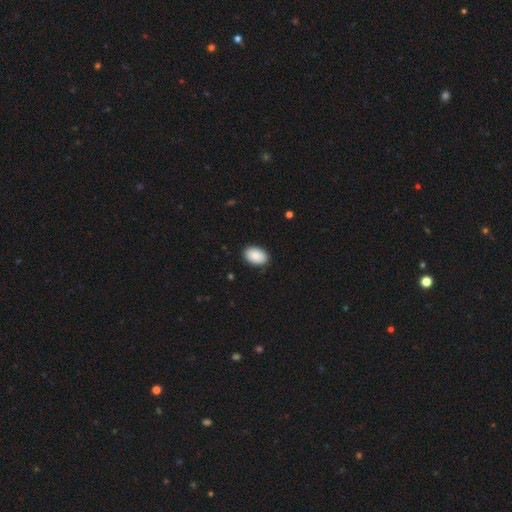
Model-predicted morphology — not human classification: The model was most divided on "how rounded": in between: 90%, round: 9%, cigar-shaped: 1%. More confident: smooth or featured — smooth (90%); merging — none (89%).